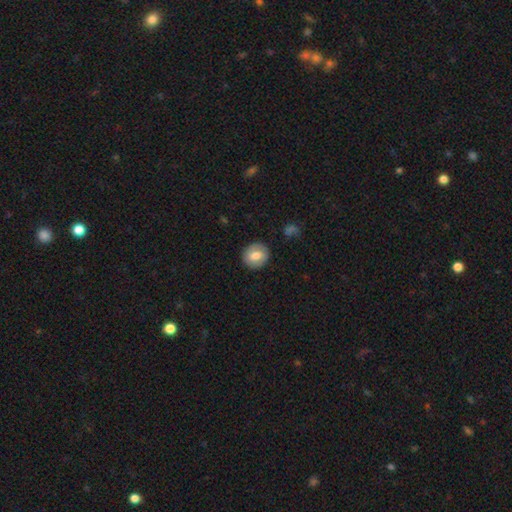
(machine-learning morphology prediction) smooth_or_featured: smooth (p=0.69) [alt: featured or disk p=0.23]
how_rounded: round (p=0.80) [alt: in between p=0.19]
merging: none (p=0.87) [alt: minor disturbance p=0.09]